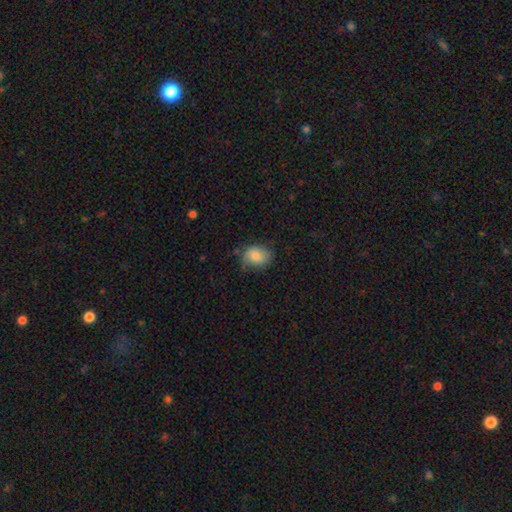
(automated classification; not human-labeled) Q: Smooth or featured?
A: smooth (79%); runner-up: featured or disk (14%)
Q: How rounded?
A: in between (56%); runner-up: round (43%)
Q: Merging?
A: none (61%); runner-up: minor disturbance (28%)